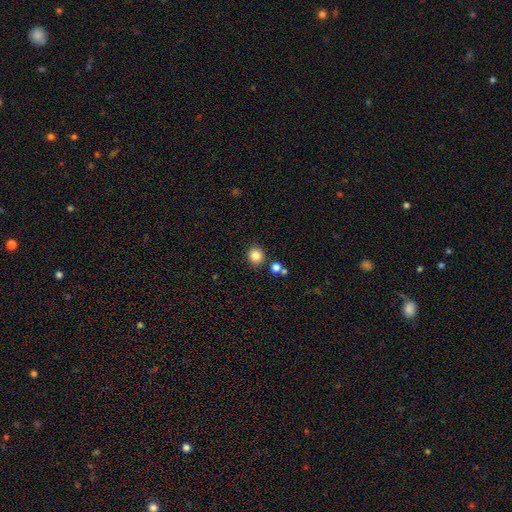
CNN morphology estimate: Overall: smooth (84%). How rounded: round (87%). Merging: none (84%).